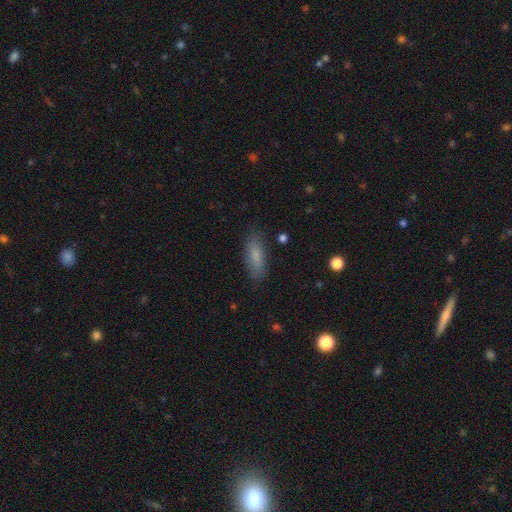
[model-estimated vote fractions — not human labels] Smooth or featured? smooth (79%)
How rounded? in between (59%)
Merging? none (83%)